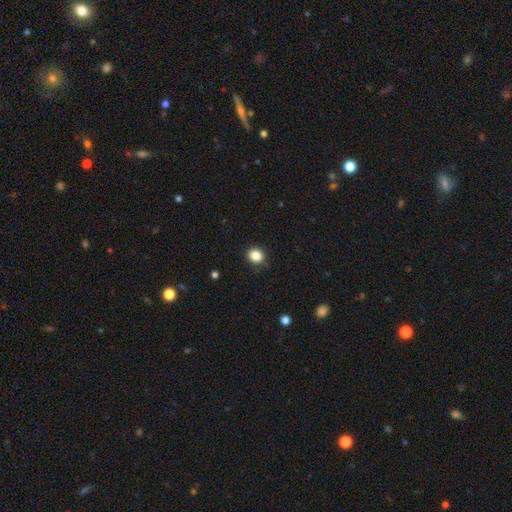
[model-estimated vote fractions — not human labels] Smooth or featured? smooth (85%)
How rounded? round (80%)
Merging? none (89%)